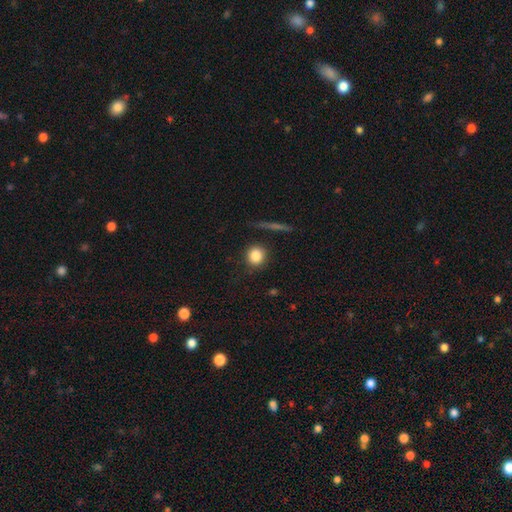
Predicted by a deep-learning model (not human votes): This is clearly a smooth galaxy (84%). How rounded: clearly round (89%). Merging: clearly none (86%).